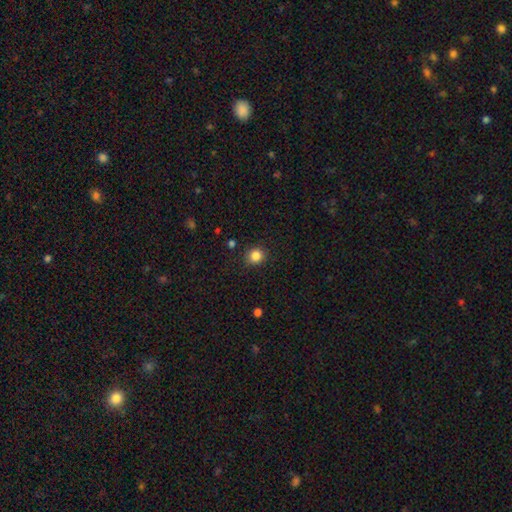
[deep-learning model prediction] smooth-or-featured: smooth: 85% | star or artifact: 11% | featured or disk: 4%
  how-rounded: round: 85% | in between: 14% | cigar-shaped: 1%
  merging: none: 88% | minor disturbance: 8% | major disturbance: 2% | merger: 1%